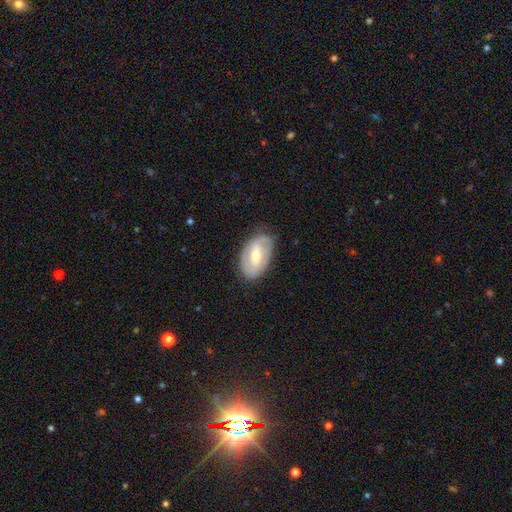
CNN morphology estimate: featured or disk 62%, smooth 32%, star or artifact 5%. Down the decision tree: edge-on disk — no (94%); bar — weak (48%); spiral arms — yes (73%); bulge size — moderate (59%); merging — none (77%).